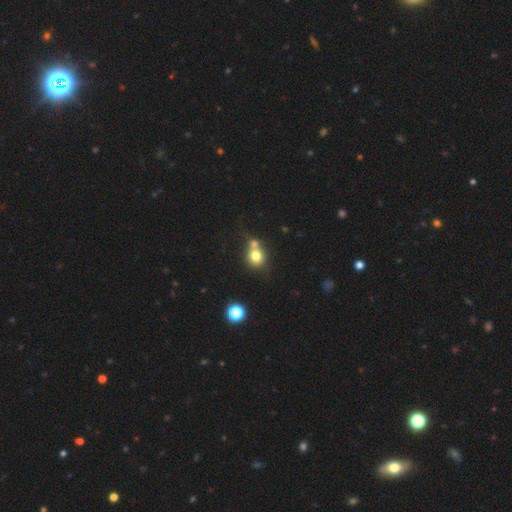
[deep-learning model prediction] smooth 76%, star or artifact 12%, featured or disk 12%. Down the decision tree: how rounded — round (80%); merging — none (44%).